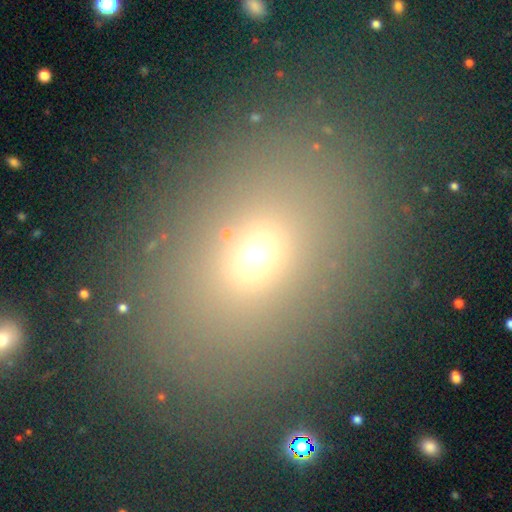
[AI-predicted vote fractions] Morphology: type=smooth (65%); roundness=in between (60%); merging=none (71%).